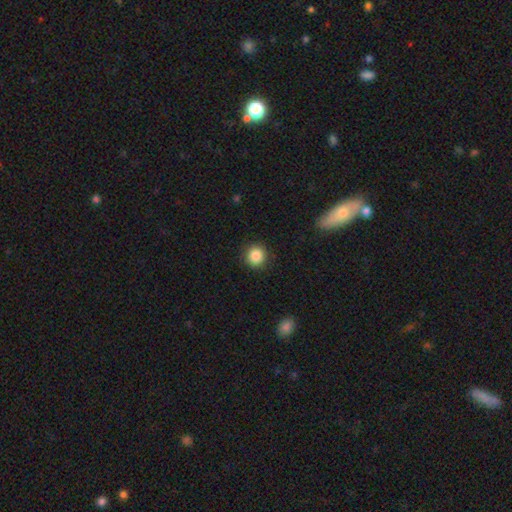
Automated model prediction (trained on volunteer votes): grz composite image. It shows a smooth galaxy with no disk features (87%) that is round (91%). Merging: none (90%).